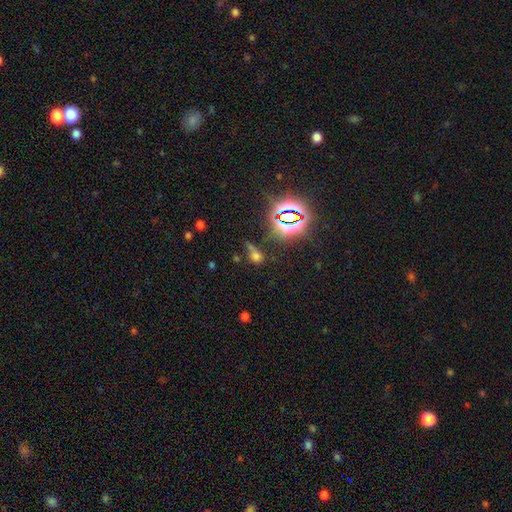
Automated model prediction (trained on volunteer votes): Smooth or featured? Predicted: smooth (p=0.49). Merging? Predicted: none (p=0.45).